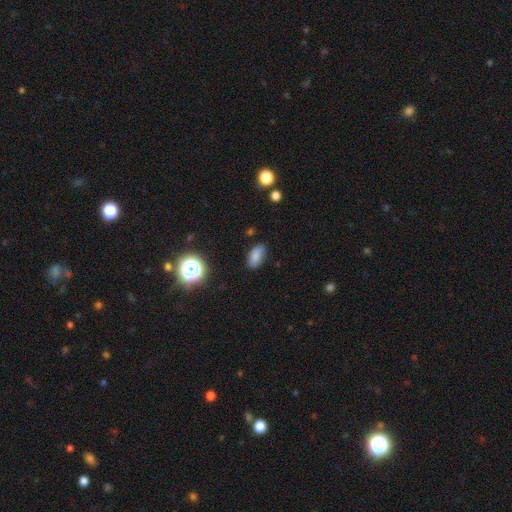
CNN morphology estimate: A smooth galaxy with no disk features (81%) that is in between round and cigar-shaped (90%). Merging: none (82%).